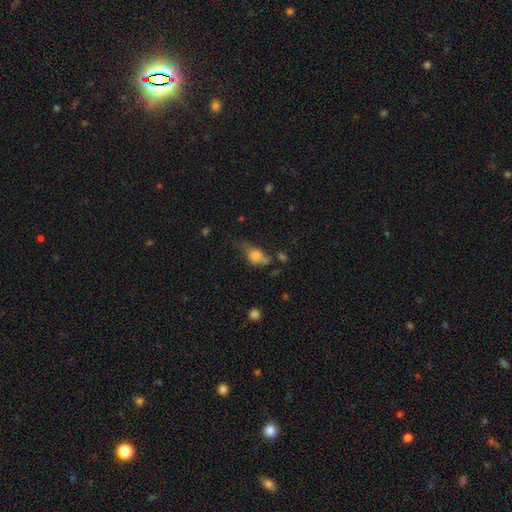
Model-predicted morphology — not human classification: Smooth or featured? Predicted: smooth (p=0.69). How rounded? Predicted: in between (p=0.74). Merging? Predicted: minor disturbance (p=0.33, tied with none).